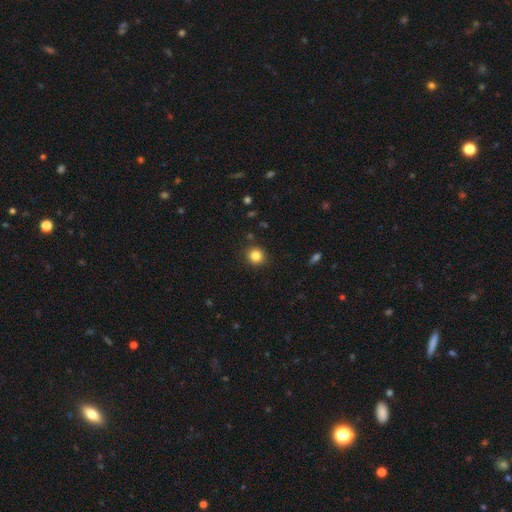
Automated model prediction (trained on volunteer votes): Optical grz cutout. It shows a smooth galaxy with no disk features (83%) that is round (90%). Merging: none (90%).